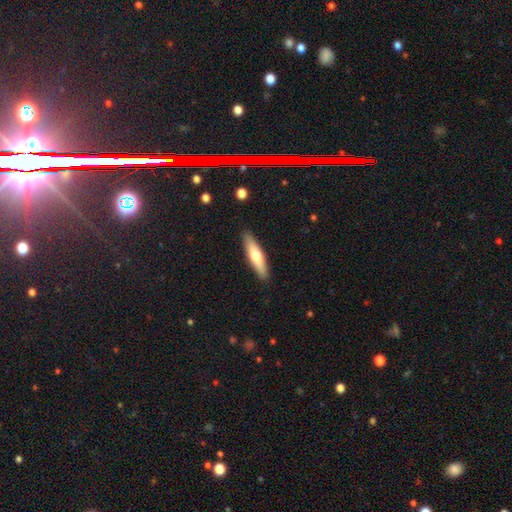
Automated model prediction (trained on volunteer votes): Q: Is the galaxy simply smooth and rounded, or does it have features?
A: smooth — 60%.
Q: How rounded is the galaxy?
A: cigar-shaped — 75%.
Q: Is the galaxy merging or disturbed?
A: none — 89%.